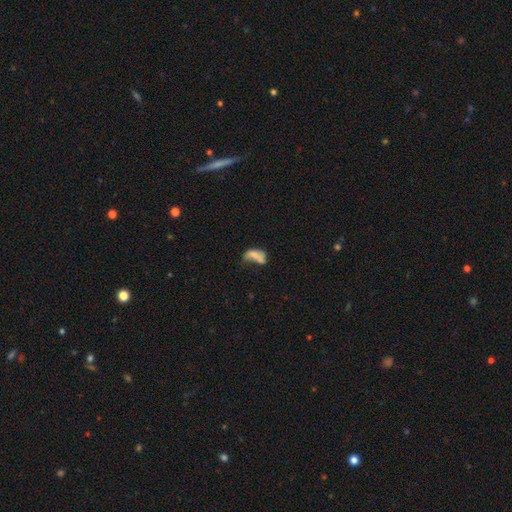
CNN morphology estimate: Smooth or featured?
  - smooth: 59% *
  - featured or disk: 30%
  - star or artifact: 12%
How rounded?
  - in between: 86% *
  - round: 7%
  - cigar-shaped: 7%
Merging?
  - major disturbance: 32% *
  - merger: 27%
  - none: 22%
  - minor disturbance: 19%